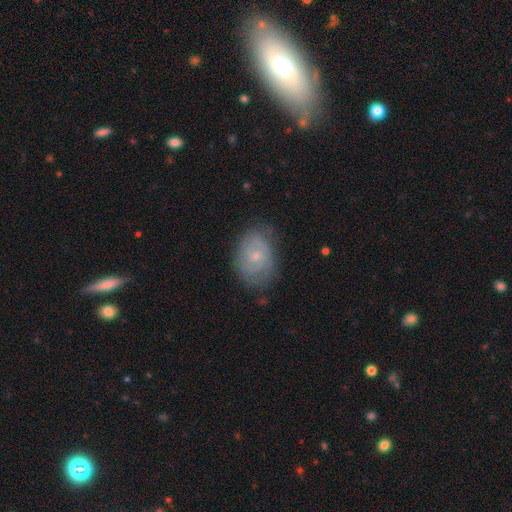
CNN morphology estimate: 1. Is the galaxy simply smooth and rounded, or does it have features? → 68% featured or disk, 25% smooth, 8% star or artifact.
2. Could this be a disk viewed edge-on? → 97% no, 3% yes.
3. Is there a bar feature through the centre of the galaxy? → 64% no, 32% weak, 4% strong.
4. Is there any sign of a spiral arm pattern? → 87% yes, 13% no.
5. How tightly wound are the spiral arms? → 61% tight, 30% medium, 9% loose.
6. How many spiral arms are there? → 53% 2, 31% can't tell, 7% 3, 4% 1, 3% 4, 2% more than 4.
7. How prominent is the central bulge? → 67% small, 27% moderate, 4% none, 1% large, 1% dominant.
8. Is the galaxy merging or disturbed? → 74% none, 19% minor disturbance, 6% major disturbance, 1% merger.